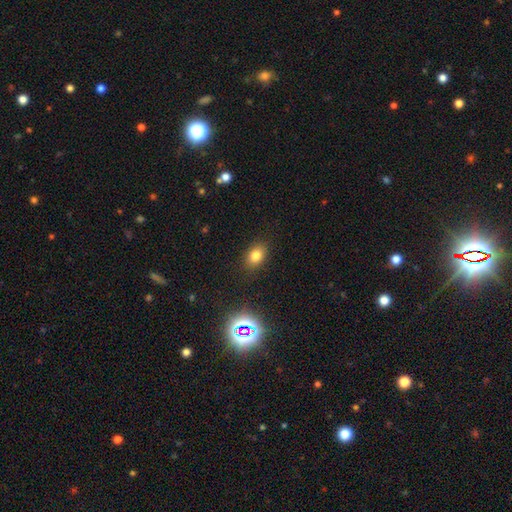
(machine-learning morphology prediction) smooth-or-featured: smooth: 77% | star or artifact: 15% | featured or disk: 8%
  how-rounded: in between: 74% | round: 24% | cigar-shaped: 2%
  merging: none: 86% | minor disturbance: 10% | major disturbance: 3% | merger: 1%